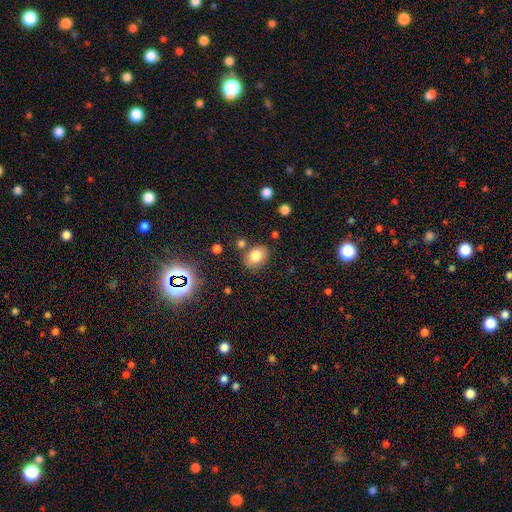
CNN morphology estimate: A smooth galaxy with no disk features (78%) that is in between round and cigar-shaped (65%). Merging: none (76%).